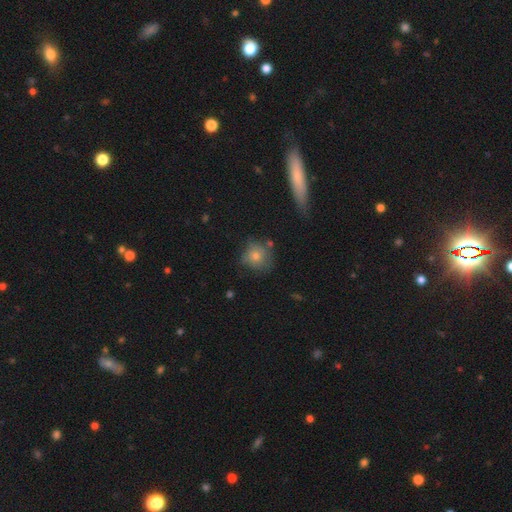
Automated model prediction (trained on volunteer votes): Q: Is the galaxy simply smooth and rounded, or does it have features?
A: smooth — 75%.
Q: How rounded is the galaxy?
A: round — 83%.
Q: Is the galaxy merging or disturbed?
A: none — 58%.